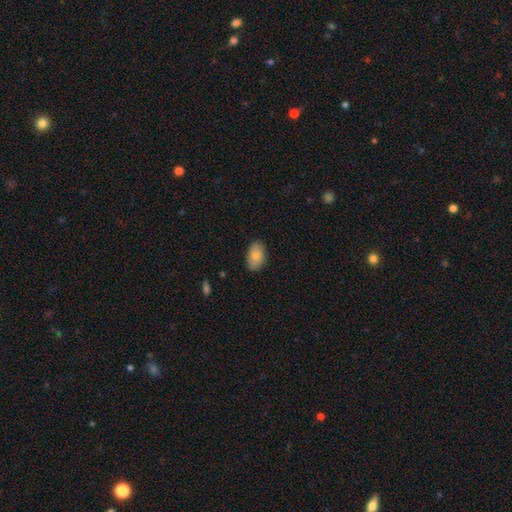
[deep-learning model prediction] Smooth or featured: smooth — 84% (featured or disk — 10%)
How rounded: in between — 92% (round — 7%)
Merging: none — 85% (minor disturbance — 12%)